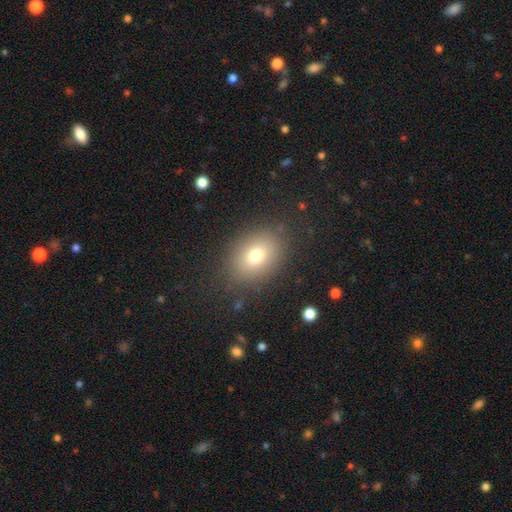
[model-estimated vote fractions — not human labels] Smooth or featured: smooth — 74% (featured or disk — 13%)
How rounded: in between — 67% (round — 32%)
Merging: none — 84% (minor disturbance — 10%)